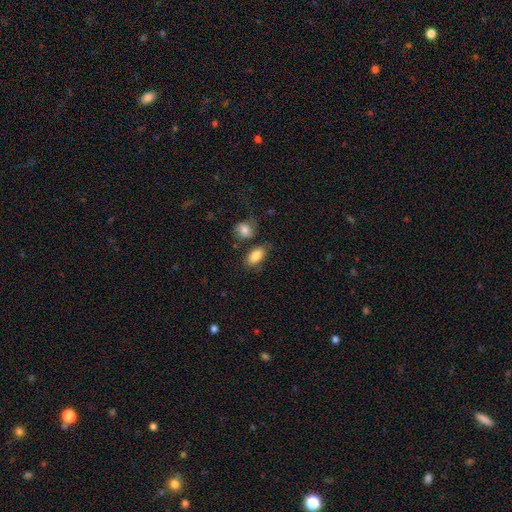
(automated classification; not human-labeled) Smooth or featured?
  - smooth: 85% *
  - featured or disk: 8%
  - star or artifact: 7%
How rounded?
  - in between: 91% *
  - round: 6%
  - cigar-shaped: 3%
Merging?
  - none: 63% *
  - minor disturbance: 18%
  - merger: 12%
  - major disturbance: 7%